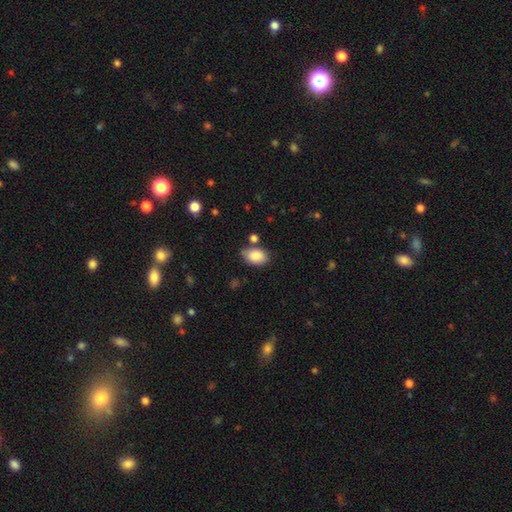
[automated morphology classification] A smooth galaxy with no disk features (86%) that is in between round and cigar-shaped (87%).

Vote fractions:
- Smooth or featured? smooth: 86% / star or artifact: 8% / featured or disk: 7%
- How rounded? in between: 87% / round: 12% / cigar-shaped: 1%
- Merging? none: 69% / minor disturbance: 20% / merger: 7% / major disturbance: 4%